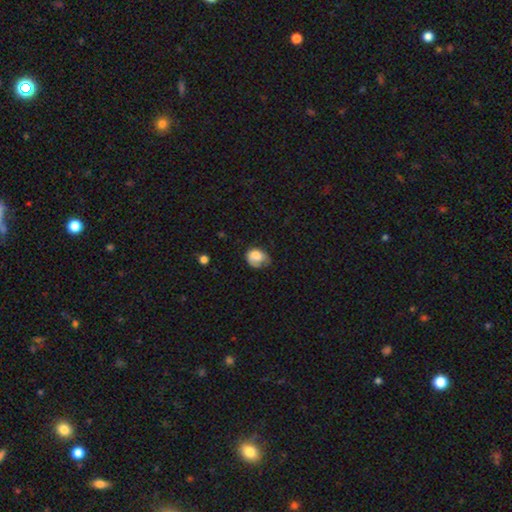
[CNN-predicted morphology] smooth_or_featured: smooth (p=0.68) [alt: featured or disk p=0.24]
how_rounded: in between (p=0.57) [alt: round p=0.42]
merging: none (p=0.37) [alt: minor disturbance p=0.36]